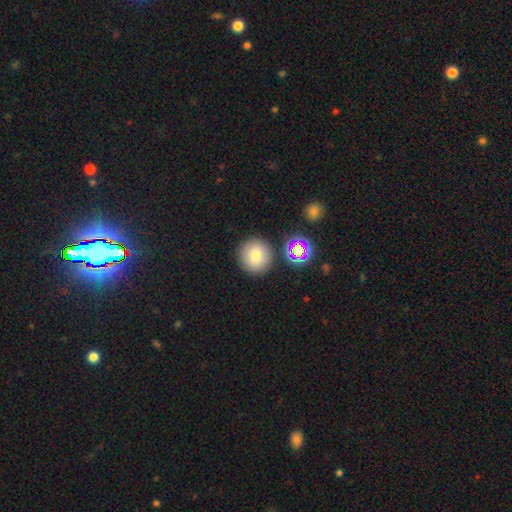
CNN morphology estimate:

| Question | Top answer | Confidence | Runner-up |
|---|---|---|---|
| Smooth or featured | smooth | 78% | star or artifact (12%) |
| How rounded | round | 93% | in between (6%) |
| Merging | none | 84% | minor disturbance (8%) |